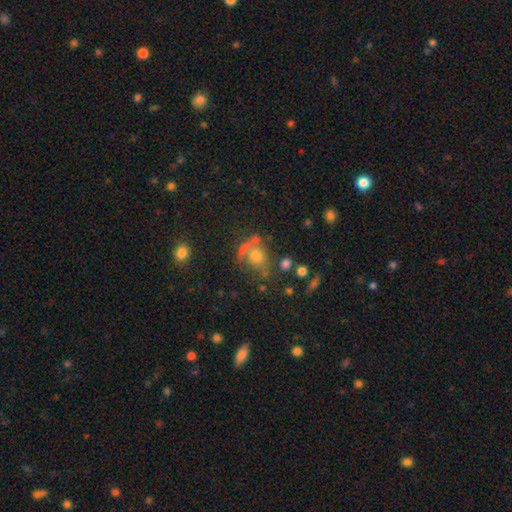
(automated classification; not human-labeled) The model was most divided on "smooth or featured": smooth: 49%, featured or disk: 30%, star or artifact: 21%. Remaining: merging — none (44%).